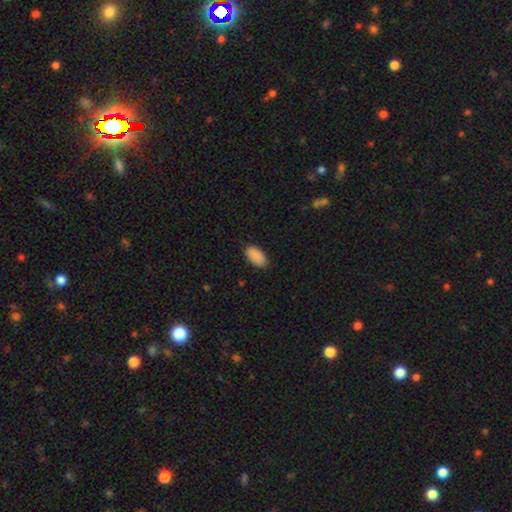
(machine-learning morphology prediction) smooth_or_featured: smooth (p=0.90) [alt: star or artifact p=0.07]
how_rounded: in between (p=0.95) [alt: round p=0.03]
merging: none (p=0.83) [alt: minor disturbance p=0.13]